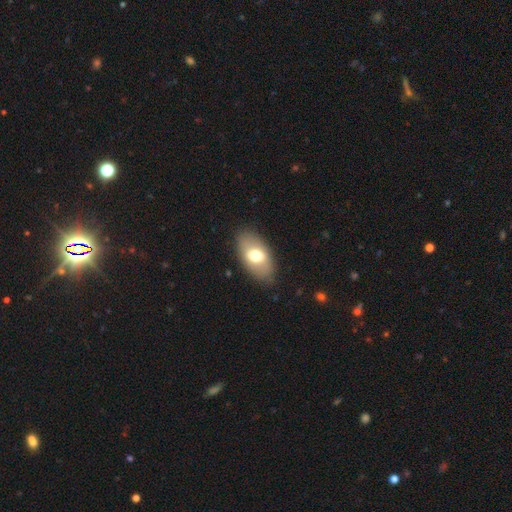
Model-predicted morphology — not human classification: Q: Smooth or featured?
A: smooth (66%); runner-up: featured or disk (27%)
Q: How rounded?
A: in between (92%); runner-up: round (6%)
Q: Merging?
A: none (84%); runner-up: minor disturbance (12%)